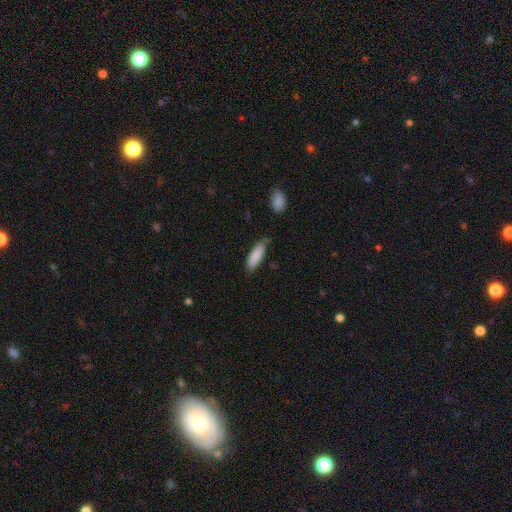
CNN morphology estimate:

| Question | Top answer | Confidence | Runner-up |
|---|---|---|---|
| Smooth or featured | smooth | 87% | featured or disk (7%) |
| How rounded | in between | 54% | cigar-shaped (45%) |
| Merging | none | 70% | minor disturbance (22%) |